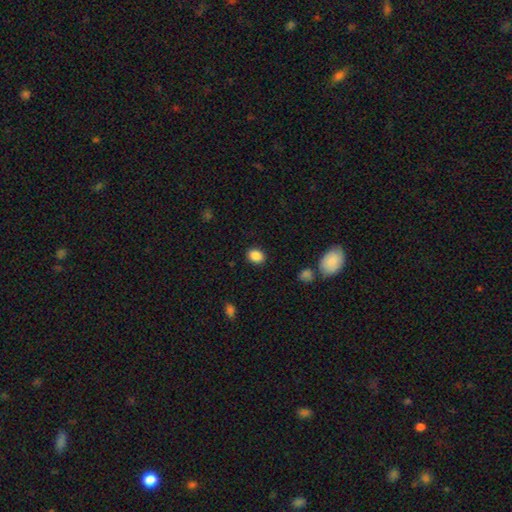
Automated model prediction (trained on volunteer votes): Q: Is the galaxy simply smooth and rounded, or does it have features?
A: smooth — 87%.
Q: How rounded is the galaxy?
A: in between — 57%.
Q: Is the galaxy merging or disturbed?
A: none — 88%.